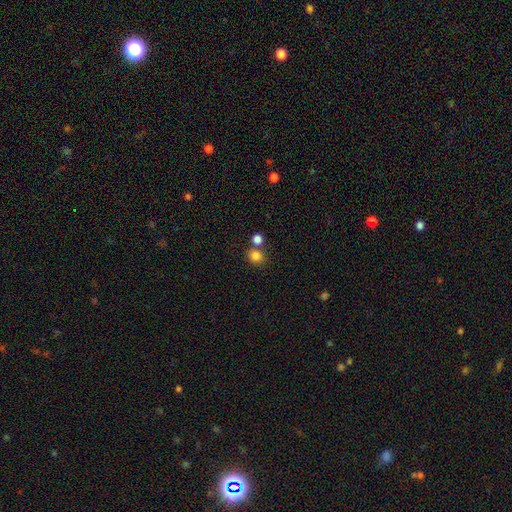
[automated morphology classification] This appears to be a smooth galaxy with no disk features (82%) that is round (84%). Merging: none (66%).